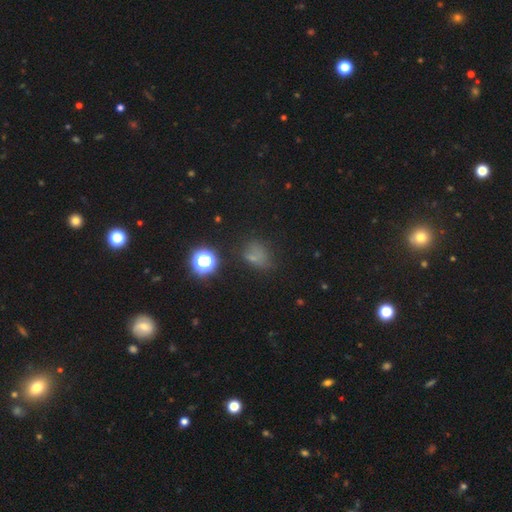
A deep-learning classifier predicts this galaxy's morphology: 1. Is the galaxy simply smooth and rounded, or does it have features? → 53% smooth, 33% star or artifact, 14% featured or disk.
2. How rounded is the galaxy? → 55% in between, 43% round, 2% cigar-shaped.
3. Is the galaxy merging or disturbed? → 53% none, 24% minor disturbance, 15% major disturbance, 8% merger.